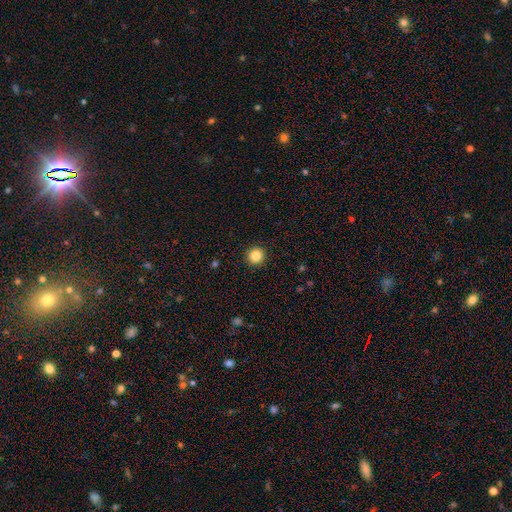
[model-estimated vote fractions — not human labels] The model was most divided on "smooth or featured": smooth: 84%, star or artifact: 11%, featured or disk: 5%. More confident: how rounded — round (94%); merging — none (93%).